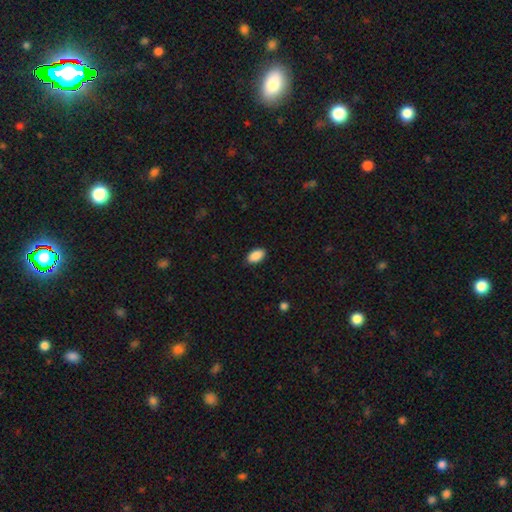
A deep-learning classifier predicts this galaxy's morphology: type=smooth (90%); roundness=in between (94%); merging=none (88%).